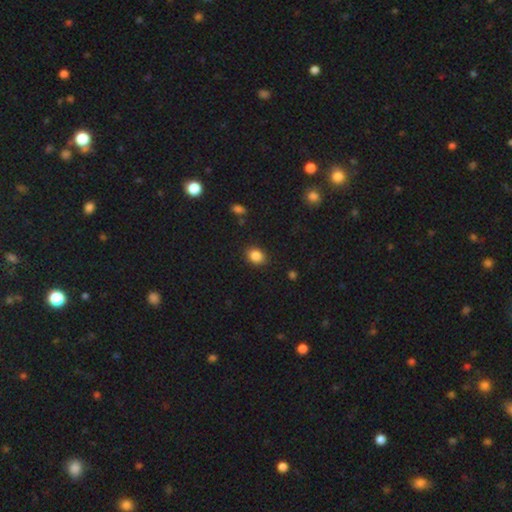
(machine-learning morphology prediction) Smooth or featured? smooth (86%)
How rounded? in between (50%)
Merging? none (88%)